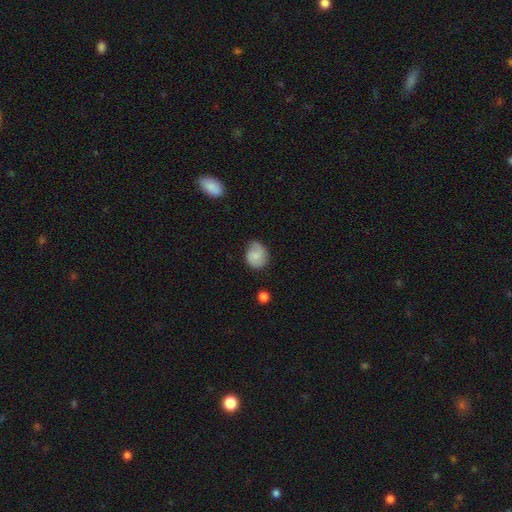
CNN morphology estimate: Smooth or featured: smooth — 73% (featured or disk — 19%)
How rounded: round — 65% (in between — 34%)
Merging: none — 63% (minor disturbance — 28%)